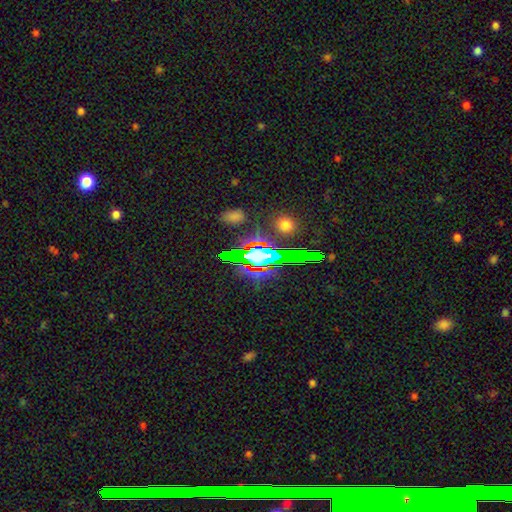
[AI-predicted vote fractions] Morphology: type=star or artifact (58%).